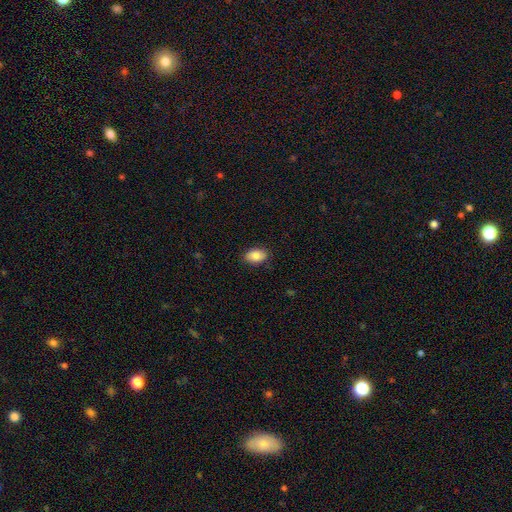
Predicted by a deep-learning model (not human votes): smooth 86%, star or artifact 7%, featured or disk 7%. Down the decision tree: how rounded — in between (90%); merging — none (87%).